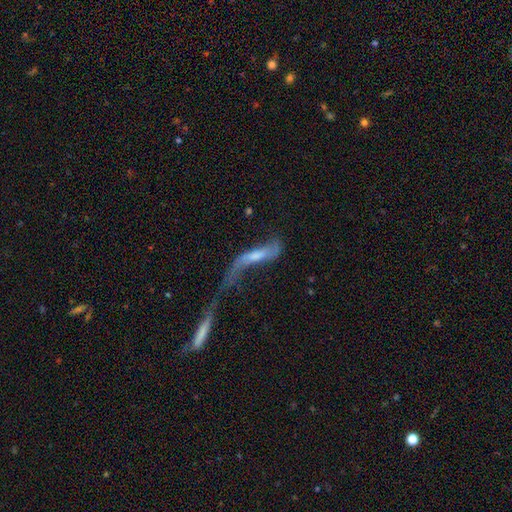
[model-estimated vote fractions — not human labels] Smooth or featured? featured or disk (64%)
Edge-on disk? no (71%)
Merging? merger (48%)